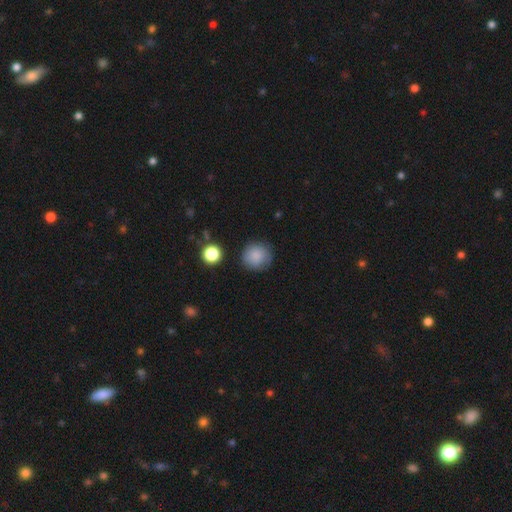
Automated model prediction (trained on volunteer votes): Smooth or featured? smooth (86%)
How rounded? round (90%)
Merging? none (81%)